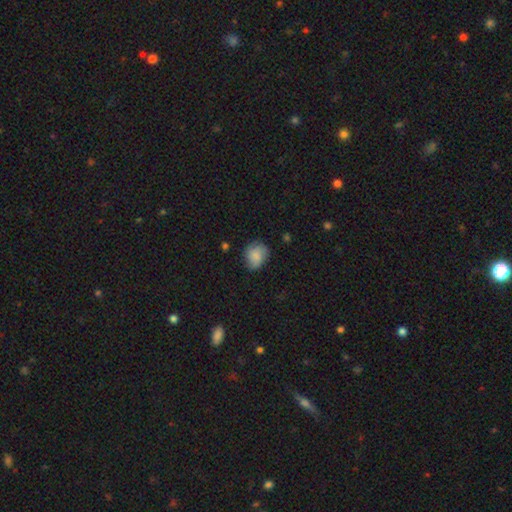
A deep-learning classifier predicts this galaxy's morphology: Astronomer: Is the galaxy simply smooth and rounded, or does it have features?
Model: smooth — 75%.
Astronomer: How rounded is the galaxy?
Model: round — 62%.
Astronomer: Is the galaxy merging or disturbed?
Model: none — 66%.